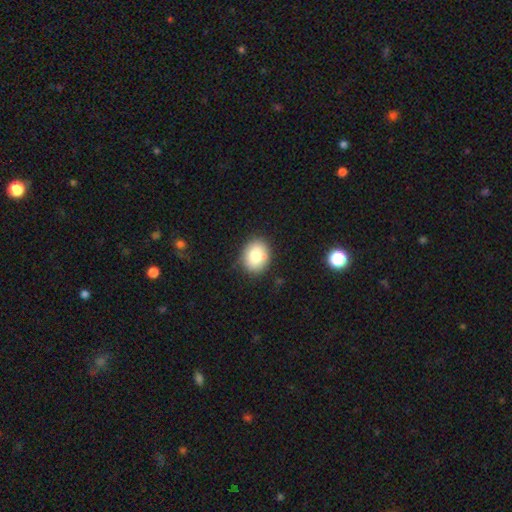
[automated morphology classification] This appears to be a smooth galaxy with no disk features (80%) that is round (53%). Merging: none (83%).